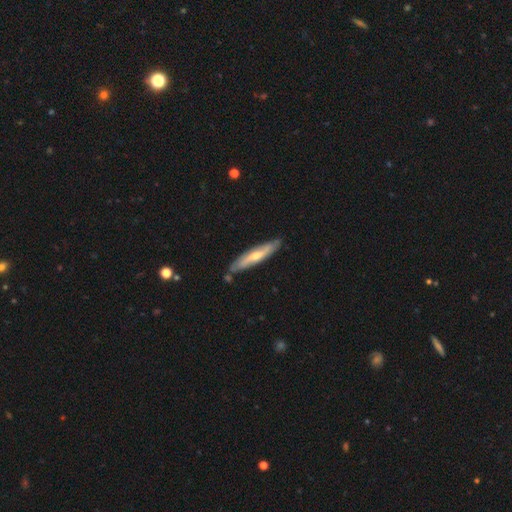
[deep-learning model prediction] Q: Smooth or featured?
A: featured or disk (54%); runner-up: smooth (40%)
Q: Edge-on disk?
A: yes (68%); runner-up: no (32%)
Q: Merging?
A: none (80%); runner-up: minor disturbance (14%)